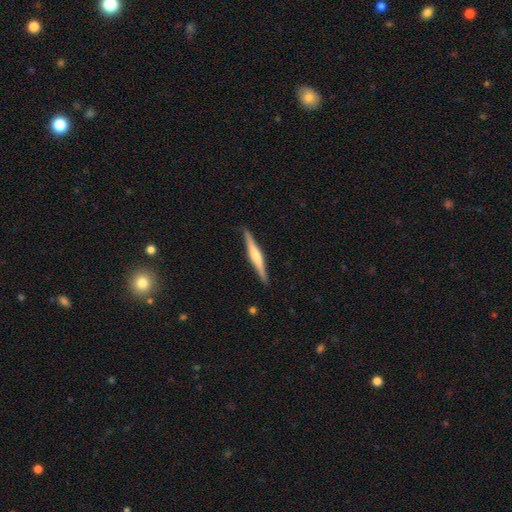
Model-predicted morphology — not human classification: A featured or disk galaxy (65%) viewed edge-on (98%) with a rounded central bulge (70%).

Vote fractions:
- Smooth or featured? featured or disk: 65% / smooth: 30% / star or artifact: 5%
- Edge-on disk? yes: 98% / no: 2%
- Edge-on bulge? rounded: 70% / boxy: 15% / none: 14%
- Merging? none: 90% / minor disturbance: 8% / major disturbance: 2% / merger: 1%